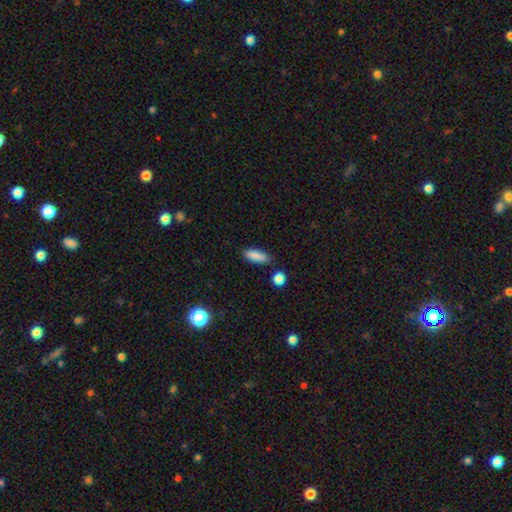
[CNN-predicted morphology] This appears to be a smooth galaxy with no disk features (87%) that is in between round and cigar-shaped (70%). Merging: none (80%).